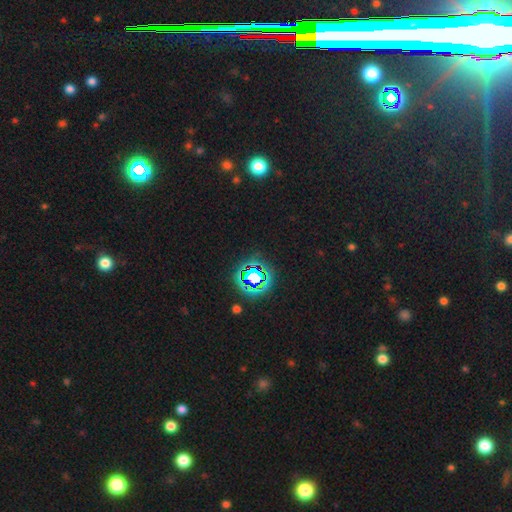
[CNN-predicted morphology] smooth-or-featured: star or artifact: 77% | smooth: 15% | featured or disk: 8%